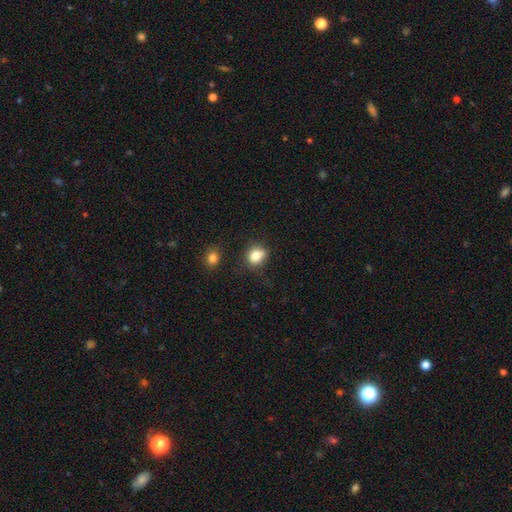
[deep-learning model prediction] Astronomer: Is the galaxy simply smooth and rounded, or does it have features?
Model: smooth — 80%.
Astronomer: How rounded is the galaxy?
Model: round — 68%.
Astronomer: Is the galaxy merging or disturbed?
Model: none — 62%.